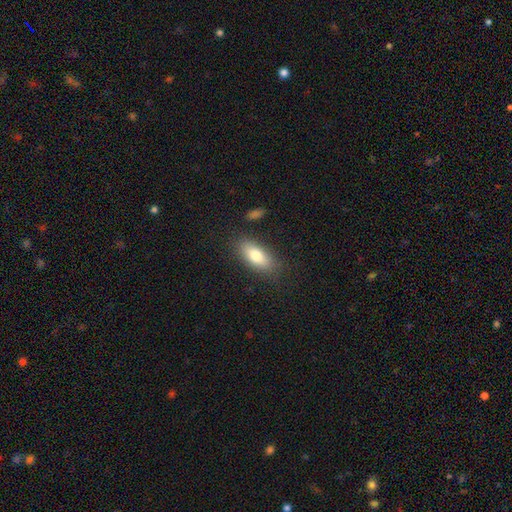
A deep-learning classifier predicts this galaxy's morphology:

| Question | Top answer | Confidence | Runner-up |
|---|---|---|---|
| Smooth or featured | smooth | 77% | featured or disk (16%) |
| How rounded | in between | 80% | cigar-shaped (16%) |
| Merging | none | 83% | minor disturbance (12%) |